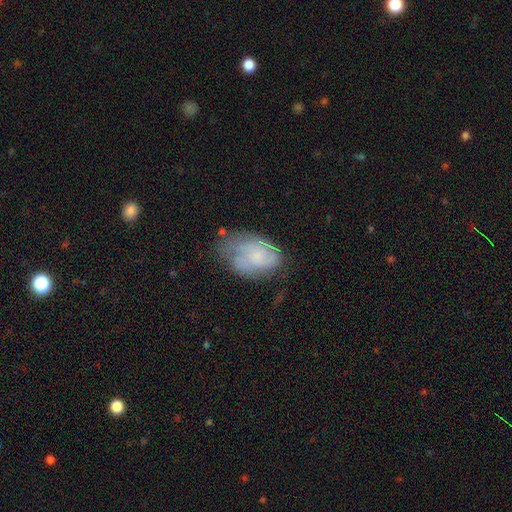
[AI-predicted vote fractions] Q: Smooth or featured?
A: featured or disk (53%); runner-up: smooth (39%)
Q: Edge-on disk?
A: no (97%); runner-up: yes (3%)
Q: Bar?
A: no (76%); runner-up: weak (21%)
Q: Spiral arms?
A: yes (75%); runner-up: no (25%)
Q: Bulge size?
A: none (37%); runner-up: small (36%)
Q: Merging?
A: none (45%); runner-up: minor disturbance (33%)